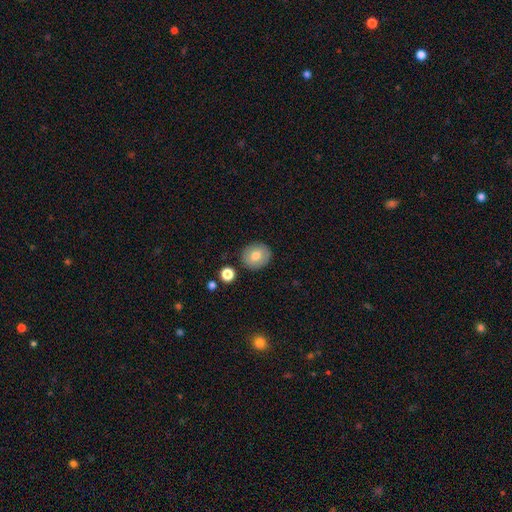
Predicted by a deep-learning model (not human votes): Smooth or featured? Predicted: smooth (p=0.76). How rounded? Predicted: round (p=0.80). Merging? Predicted: none (p=0.87).